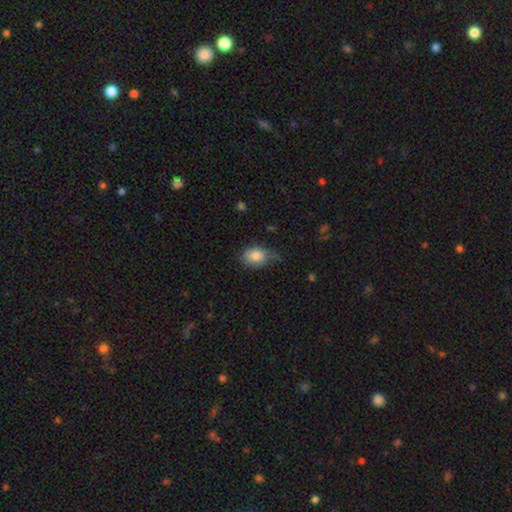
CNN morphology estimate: smooth_or_featured: smooth (p=0.82) [alt: featured or disk p=0.10]
how_rounded: in between (p=0.72) [alt: round p=0.27]
merging: none (p=0.43) [alt: minor disturbance p=0.42]